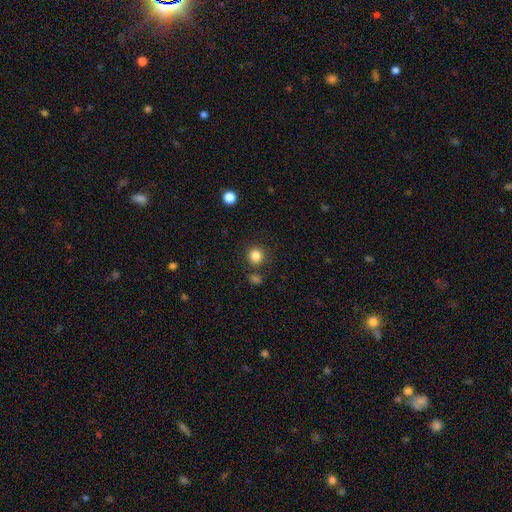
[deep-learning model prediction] Smooth or featured? Predicted: smooth (p=0.84). How rounded? Predicted: round (p=0.92). Merging? Predicted: none (p=0.83).